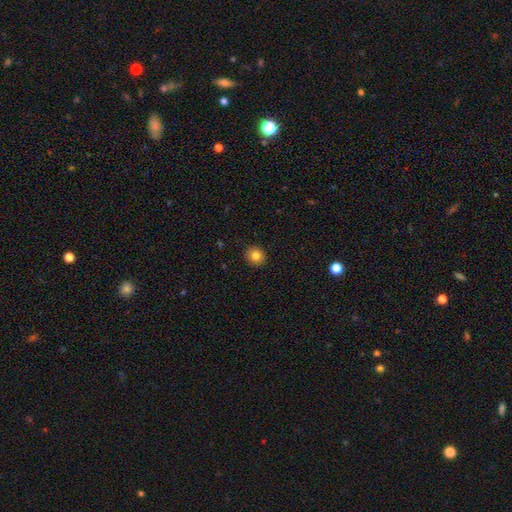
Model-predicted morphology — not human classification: smooth 81%, star or artifact 11%, featured or disk 7%. Down the decision tree: how rounded — round (83%); merging — none (92%).